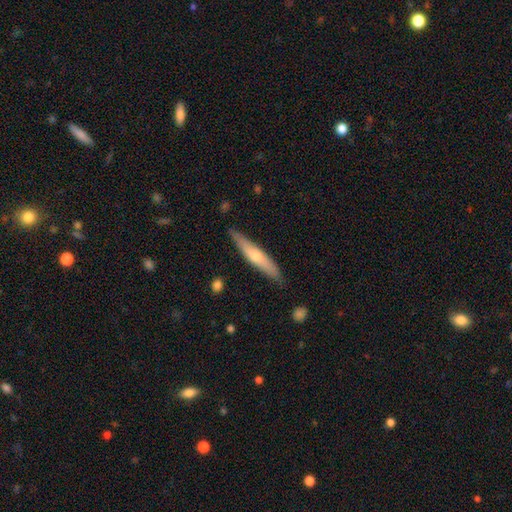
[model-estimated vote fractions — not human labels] Smooth or featured?
  - smooth: 49% *
  - featured or disk: 46%
  - star or artifact: 5%
Merging?
  - none: 85% *
  - minor disturbance: 12%
  - major disturbance: 2%
  - merger: 1%